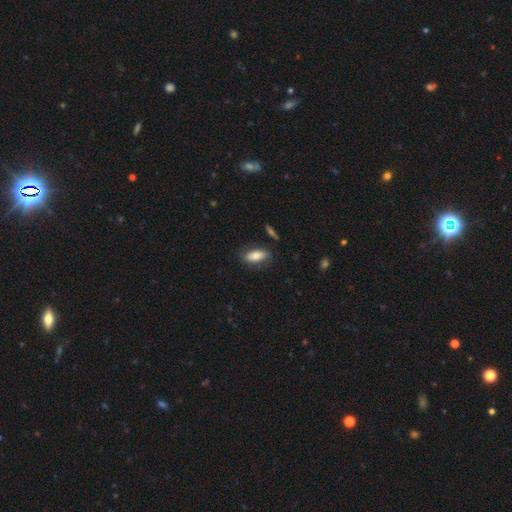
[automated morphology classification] smooth-or-featured: smooth: 73% | featured or disk: 20% | star or artifact: 7%
  how-rounded: in between: 87% | cigar-shaped: 8% | round: 4%
  merging: none: 79% | minor disturbance: 15% | major disturbance: 4% | merger: 3%